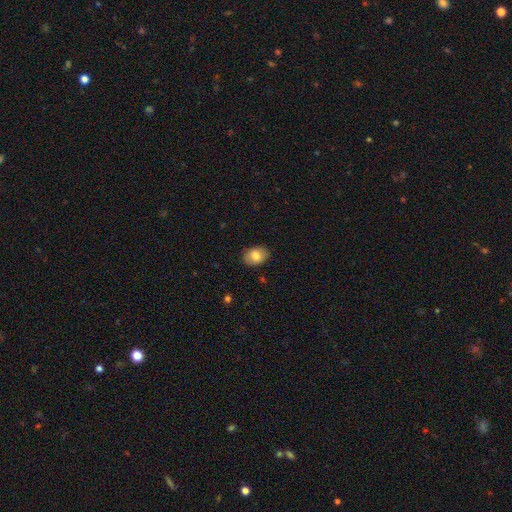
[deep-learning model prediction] Smooth or featured? smooth (79%)
How rounded? in between (81%)
Merging? none (86%)